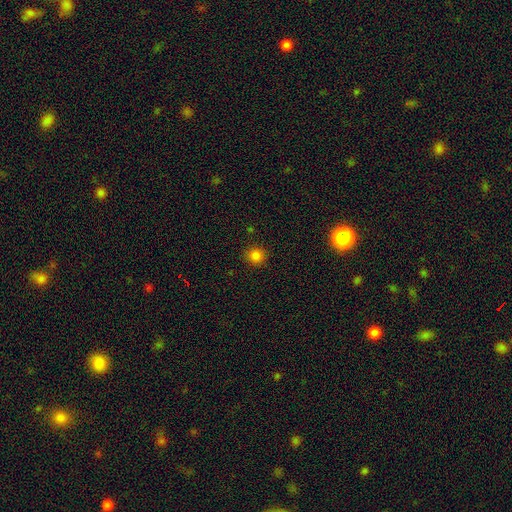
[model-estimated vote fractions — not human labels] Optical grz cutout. It shows a smooth galaxy with no disk features (82%) that is round (91%). Merging: none (90%).